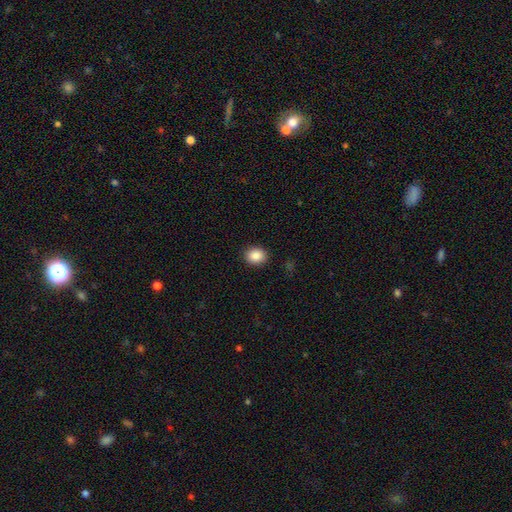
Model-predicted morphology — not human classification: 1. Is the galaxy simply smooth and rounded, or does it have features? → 88% smooth, 9% star or artifact, 4% featured or disk.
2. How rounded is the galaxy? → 67% round, 32% in between, 1% cigar-shaped.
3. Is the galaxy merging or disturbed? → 90% none, 6% minor disturbance, 2% major disturbance, 1% merger.